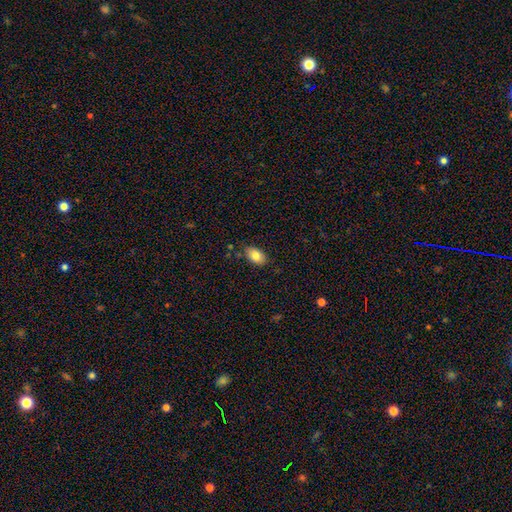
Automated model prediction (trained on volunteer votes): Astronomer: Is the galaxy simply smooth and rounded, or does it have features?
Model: smooth — 83%.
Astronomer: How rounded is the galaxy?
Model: in between — 89%.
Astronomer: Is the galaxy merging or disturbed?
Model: none — 82%.